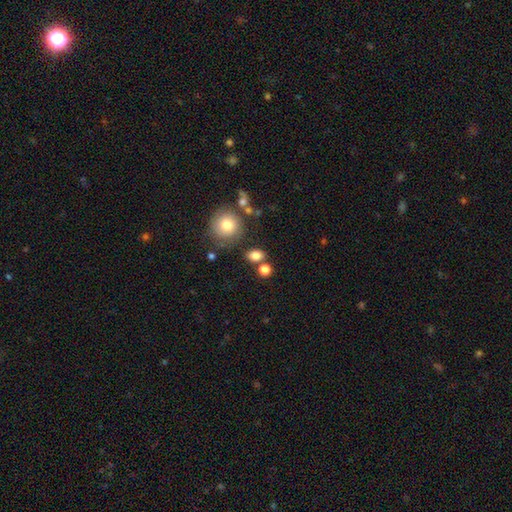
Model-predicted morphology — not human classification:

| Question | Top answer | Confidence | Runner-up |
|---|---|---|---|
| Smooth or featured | smooth | 81% | star or artifact (11%) |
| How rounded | in between | 64% | round (34%) |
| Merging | none | 70% | merger (14%) |